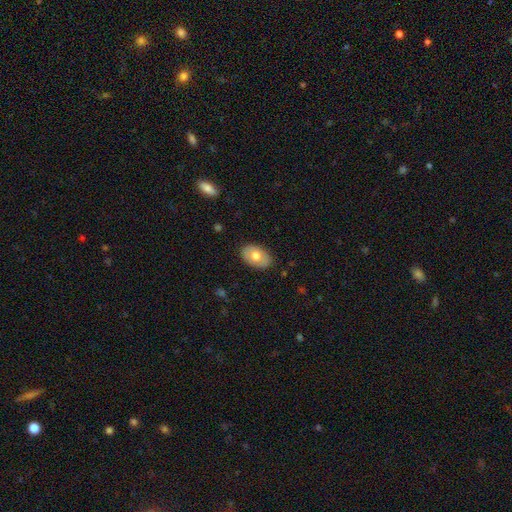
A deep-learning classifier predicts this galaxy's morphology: Smooth or featured? Predicted: smooth (p=0.67). How rounded? Predicted: in between (p=0.88). Merging? Predicted: none (p=0.85).